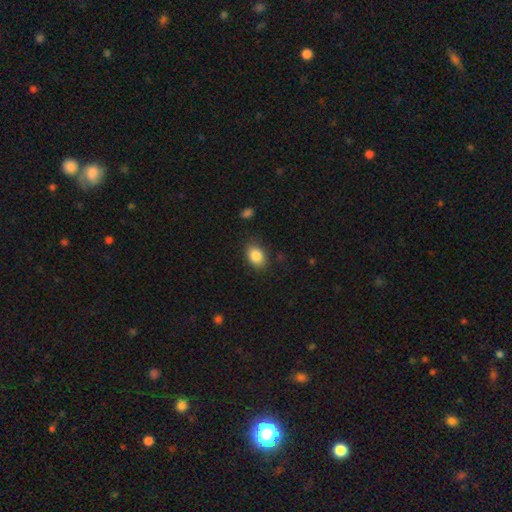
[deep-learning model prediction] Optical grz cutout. It shows a smooth galaxy with no disk features (86%) that is in between round and cigar-shaped (75%). Merging: none (83%).